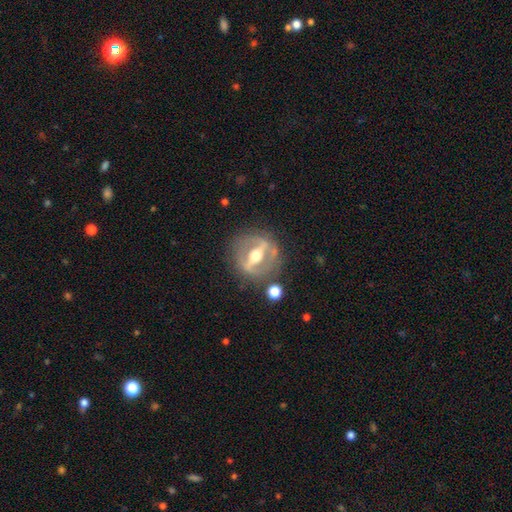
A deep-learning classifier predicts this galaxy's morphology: This is clearly a featured or disk galaxy (80%). It is likely not viewed edge-on (79%). Bar: likely strong (73%). Spiral arm pattern: likely no (64%). Central bulge: likely moderate (73%). Merging: likely none (76%).